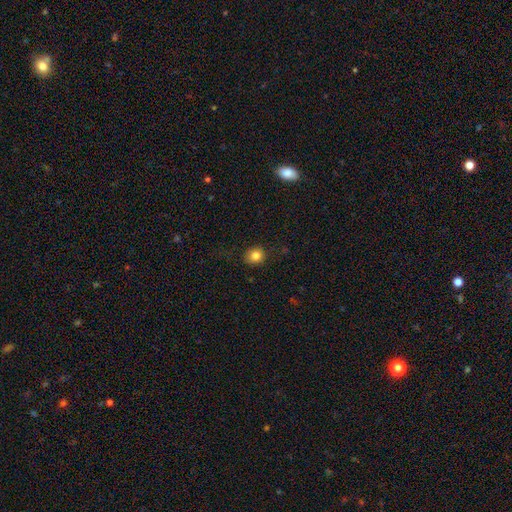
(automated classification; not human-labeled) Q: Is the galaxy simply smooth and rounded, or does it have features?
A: smooth — 83%.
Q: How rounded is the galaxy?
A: round — 80%.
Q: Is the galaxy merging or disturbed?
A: none — 87%.